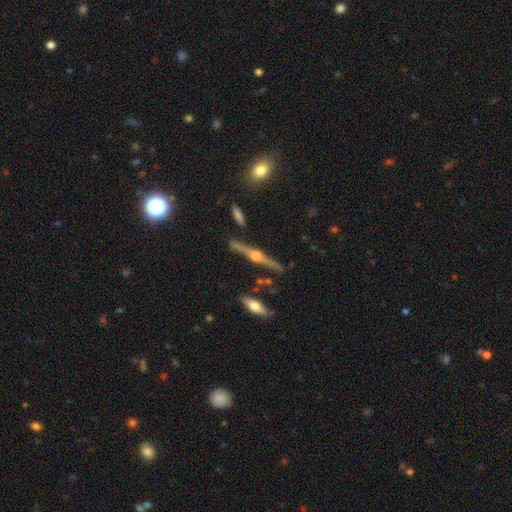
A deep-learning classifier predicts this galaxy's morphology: This is clearly a featured or disk galaxy (85%). It is clearly viewed edge-on (97%). Edge-on bulge: clearly rounded (93%). Merging: clearly none (83%).